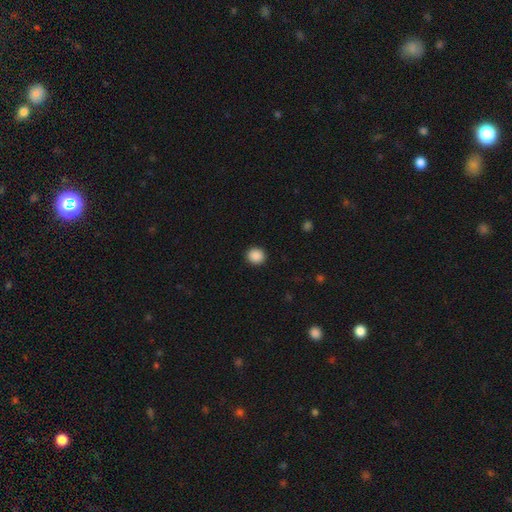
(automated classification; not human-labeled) Smooth or featured? smooth (89%)
How rounded? round (87%)
Merging? none (92%)